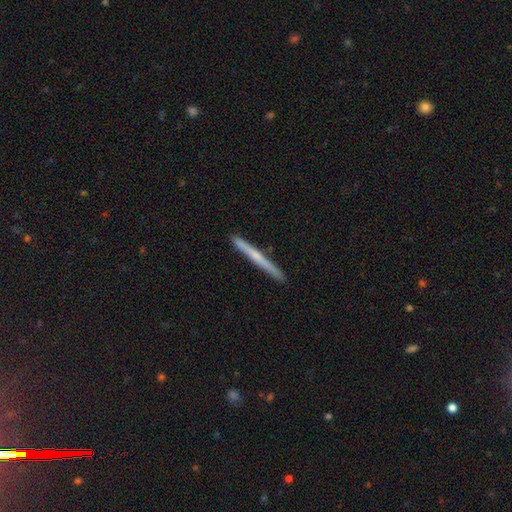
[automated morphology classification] Overall: featured or disk (50%; smooth 45%). Merging: none (91%).